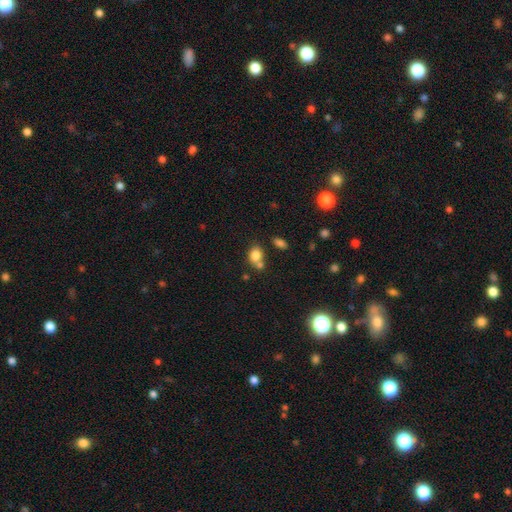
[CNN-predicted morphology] Q: Smooth or featured?
A: smooth (81%); runner-up: star or artifact (11%)
Q: How rounded?
A: in between (54%); runner-up: round (45%)
Q: Merging?
A: none (48%); runner-up: merger (35%)